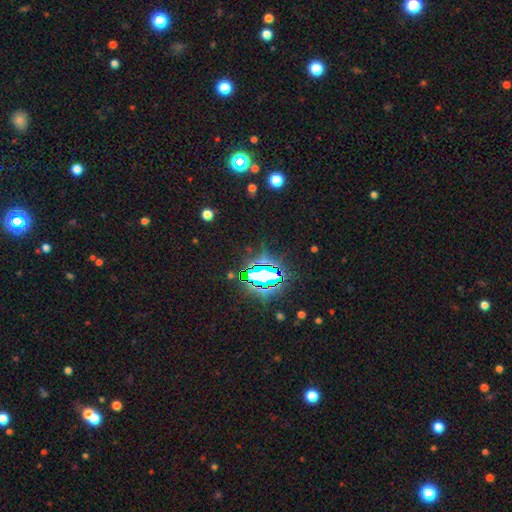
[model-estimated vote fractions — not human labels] Smooth or featured? star or artifact (81%)